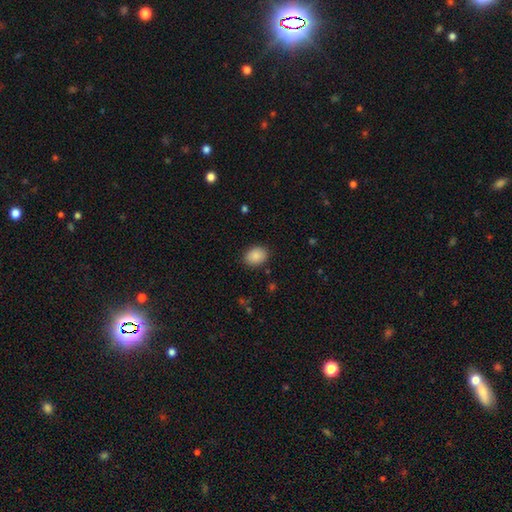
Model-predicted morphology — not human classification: Q: Smooth or featured?
A: smooth (88%); runner-up: star or artifact (8%)
Q: How rounded?
A: in between (69%); runner-up: round (30%)
Q: Merging?
A: none (87%); runner-up: minor disturbance (9%)